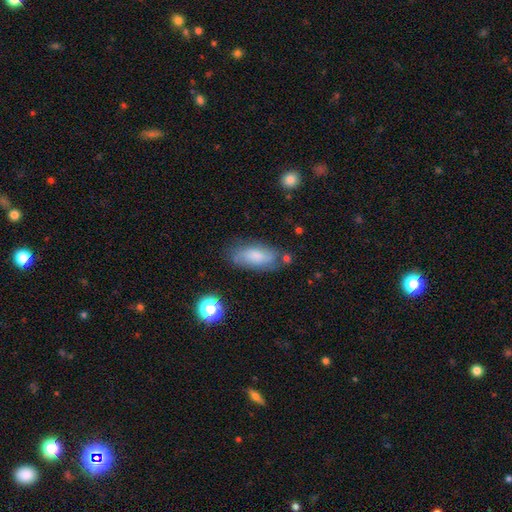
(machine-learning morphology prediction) Smooth or featured: smooth — 58% (featured or disk — 32%)
How rounded: in between — 83% (cigar-shaped — 13%)
Merging: none — 70% (minor disturbance — 20%)